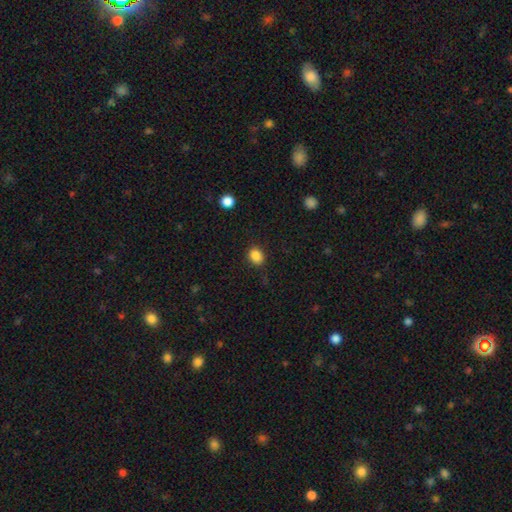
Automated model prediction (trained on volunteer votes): Morphology: type=smooth (86%); roundness=round (54%); merging=none (86%).